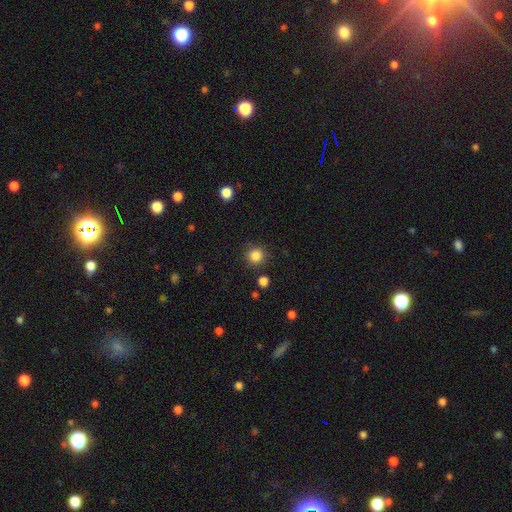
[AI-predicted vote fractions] Smooth or featured?
  - smooth: 85% *
  - star or artifact: 11%
  - featured or disk: 4%
How rounded?
  - round: 93% *
  - in between: 6%
  - cigar-shaped: 1%
Merging?
  - none: 86% *
  - minor disturbance: 8%
  - merger: 3%
  - major disturbance: 3%